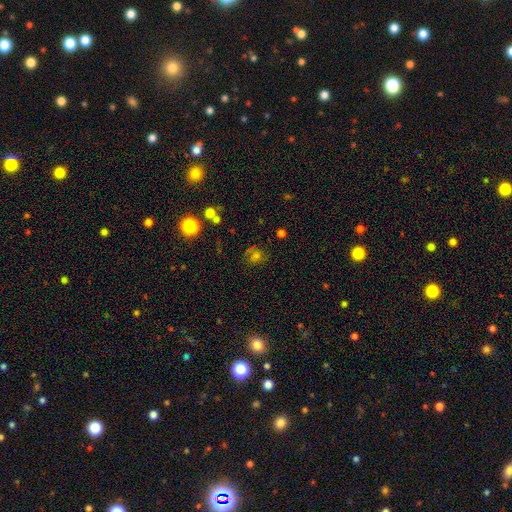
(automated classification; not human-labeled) This is possibly a smooth galaxy (53%). How rounded: likely round (73%). Merging: likely none (65%).